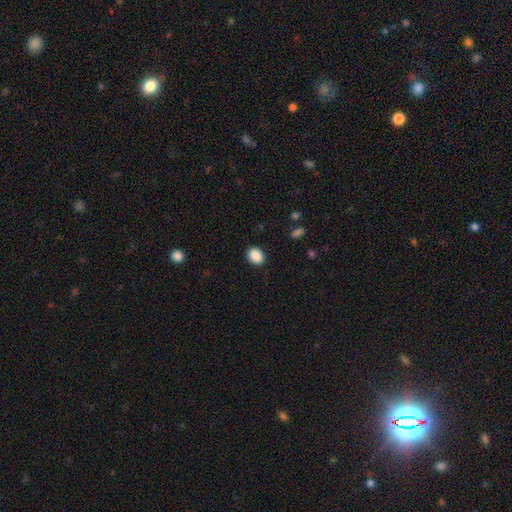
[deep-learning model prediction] smooth_or_featured: smooth (p=0.89) [alt: star or artifact p=0.08]
how_rounded: in between (p=0.57) [alt: round p=0.42]
merging: none (p=0.89) [alt: minor disturbance p=0.08]